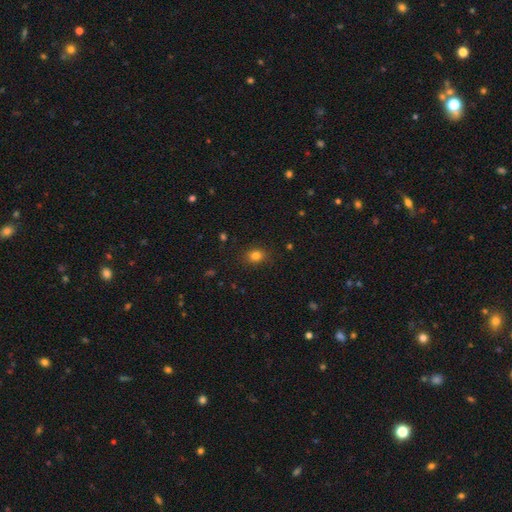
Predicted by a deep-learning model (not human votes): smooth_or_featured: smooth (p=0.82) [alt: star or artifact p=0.13]
how_rounded: in between (p=0.53) [alt: round p=0.46]
merging: none (p=0.86) [alt: minor disturbance p=0.10]